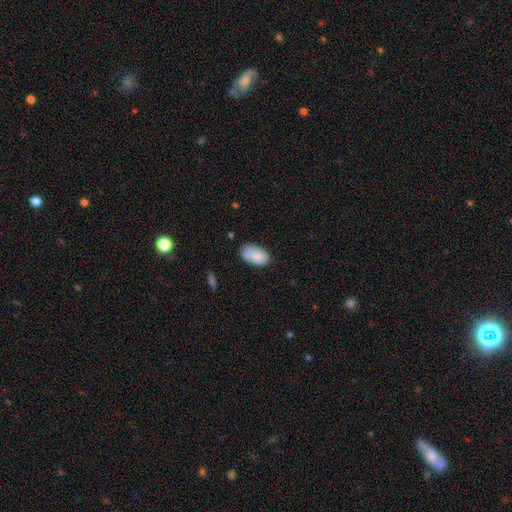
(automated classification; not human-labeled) Smooth or featured?
  - smooth: 84% *
  - featured or disk: 9%
  - star or artifact: 7%
How rounded?
  - in between: 94% *
  - round: 5%
  - cigar-shaped: 1%
Merging?
  - none: 71% *
  - minor disturbance: 22%
  - major disturbance: 4%
  - merger: 3%